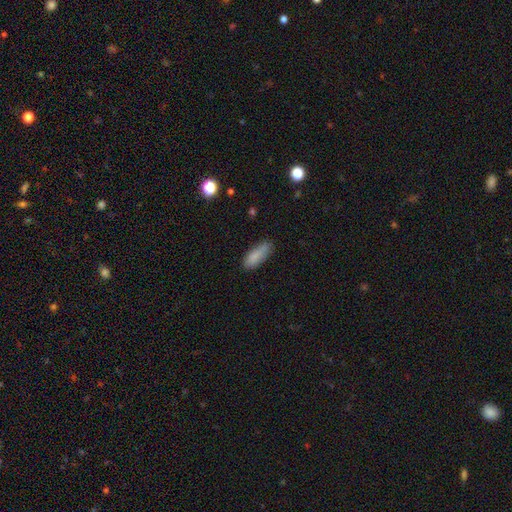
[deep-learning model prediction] smooth 85%, featured or disk 8%, star or artifact 8%. Down the decision tree: how rounded — in between (68%); merging — none (71%).